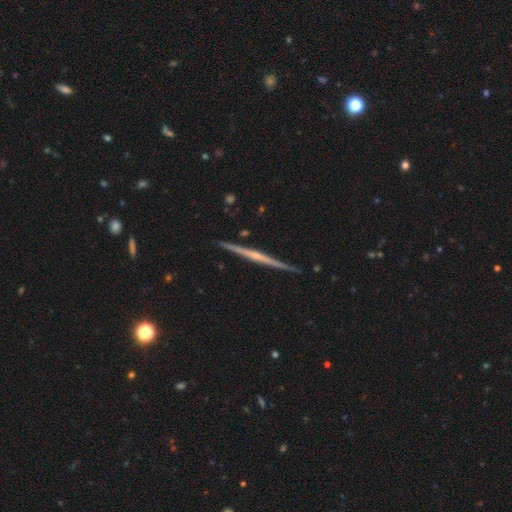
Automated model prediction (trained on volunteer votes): The model was most divided on "edge-on bulge": rounded: 48%, none: 43%, boxy: 9%. More confident: edge-on disk — yes (98%); merging — none (91%); smooth or featured — featured or disk (79%).